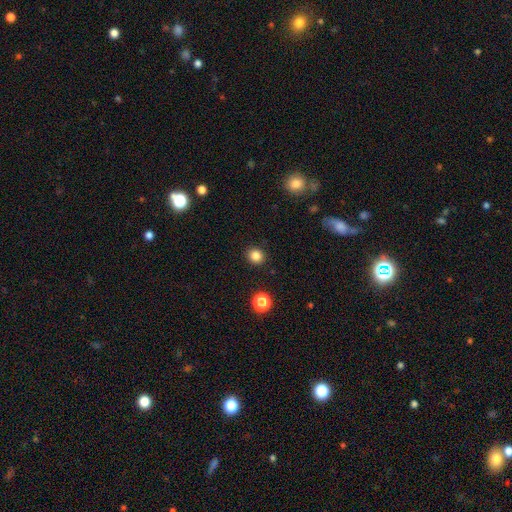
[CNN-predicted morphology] Smooth or featured? Predicted: smooth (p=0.84). How rounded? Predicted: round (p=0.84). Merging? Predicted: none (p=0.91).